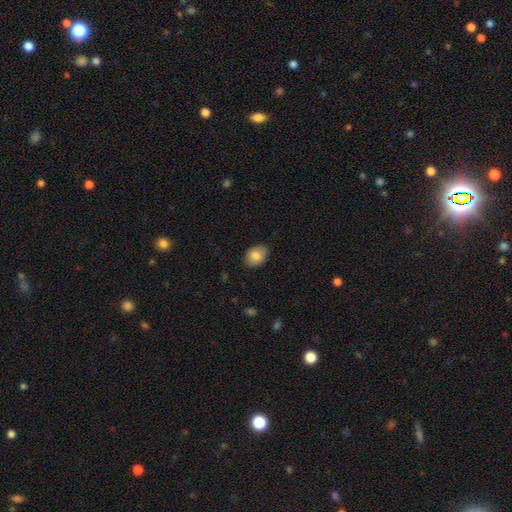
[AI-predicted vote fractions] smooth_or_featured: smooth (p=0.82) [alt: featured or disk p=0.11]
how_rounded: in between (p=0.77) [alt: round p=0.22]
merging: none (p=0.86) [alt: minor disturbance p=0.11]